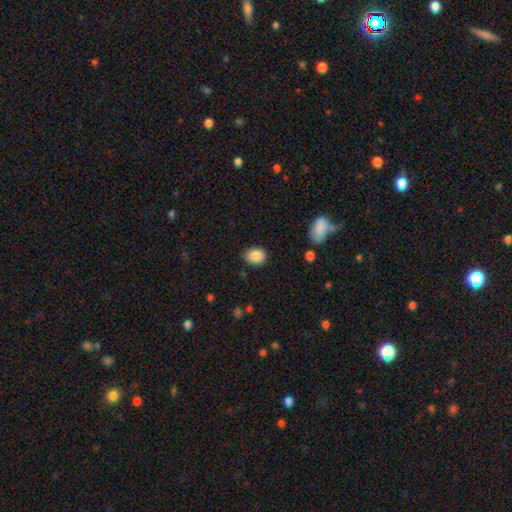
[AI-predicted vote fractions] Smooth or featured? smooth (88%)
How rounded? in between (51%)
Merging? none (84%)